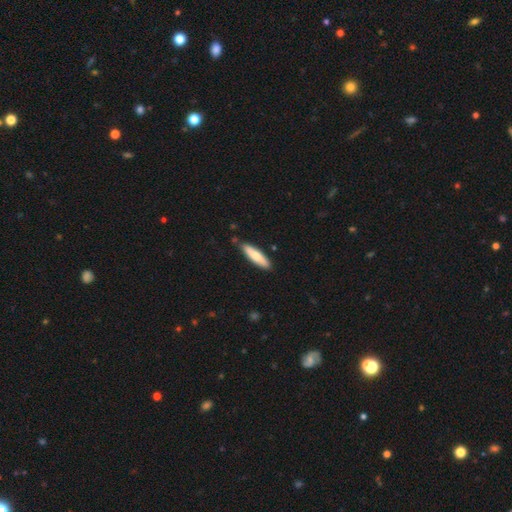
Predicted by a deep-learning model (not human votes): Smooth or featured? Predicted: smooth (p=0.71). How rounded? Predicted: cigar-shaped (p=0.73). Merging? Predicted: none (p=0.84).